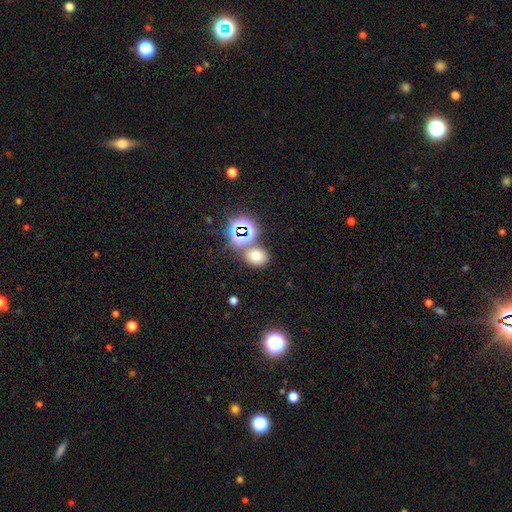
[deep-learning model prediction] Smooth or featured: smooth — 67% (star or artifact — 25%)
How rounded: round — 54% (in between — 45%)
Merging: none — 72% (merger — 14%)